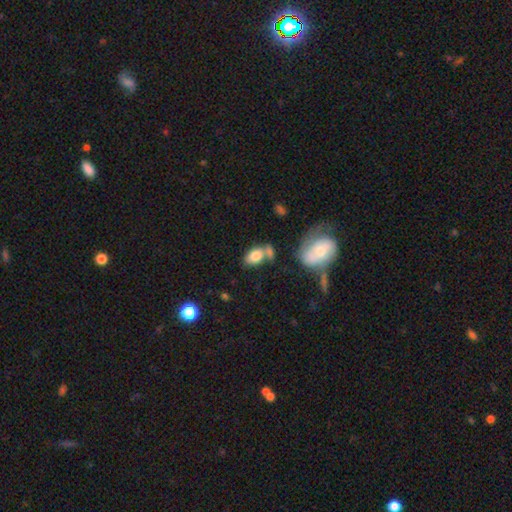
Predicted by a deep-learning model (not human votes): Smooth or featured? smooth (79%)
How rounded? in between (88%)
Merging? none (44%)